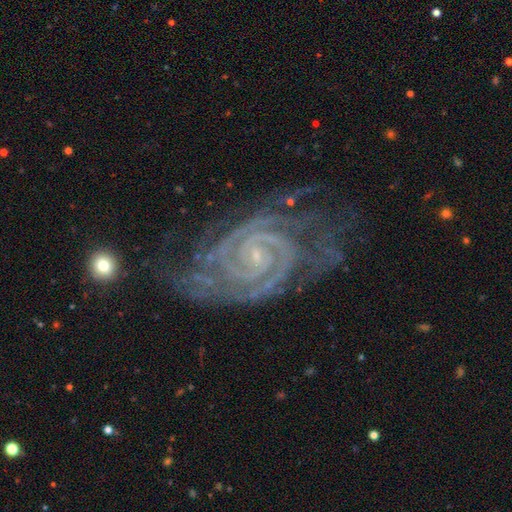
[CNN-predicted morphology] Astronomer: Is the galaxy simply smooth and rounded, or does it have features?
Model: featured or disk — 92%.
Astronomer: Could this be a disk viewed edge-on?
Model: no — 98%.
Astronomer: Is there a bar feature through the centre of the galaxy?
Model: no — 59%.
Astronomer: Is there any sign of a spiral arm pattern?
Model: yes — 99%.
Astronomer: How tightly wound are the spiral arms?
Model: tight — 78%.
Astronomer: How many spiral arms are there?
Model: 2 — 60%.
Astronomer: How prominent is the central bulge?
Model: small — 86%.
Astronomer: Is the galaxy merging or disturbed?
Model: none — 61%.